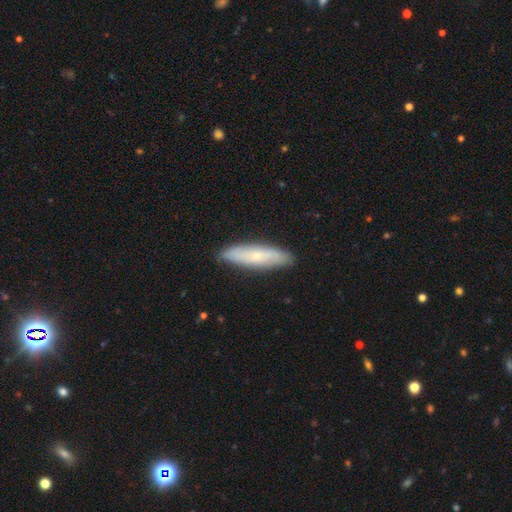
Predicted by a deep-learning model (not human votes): Morphology: type=smooth (59%); roundness=cigar-shaped (76%); merging=none (88%).